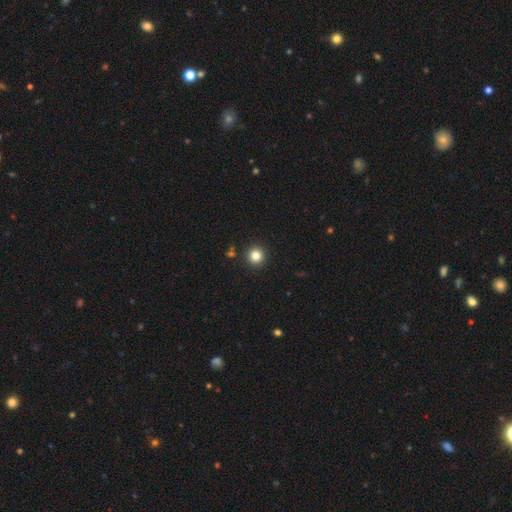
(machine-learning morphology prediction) A smooth galaxy with no disk features (82%) that is round (95%).

Vote fractions:
- Smooth or featured? smooth: 82% / star or artifact: 12% / featured or disk: 5%
- How rounded? round: 95% / in between: 4% / cigar-shaped: 1%
- Merging? none: 92% / minor disturbance: 5% / merger: 2% / major disturbance: 2%